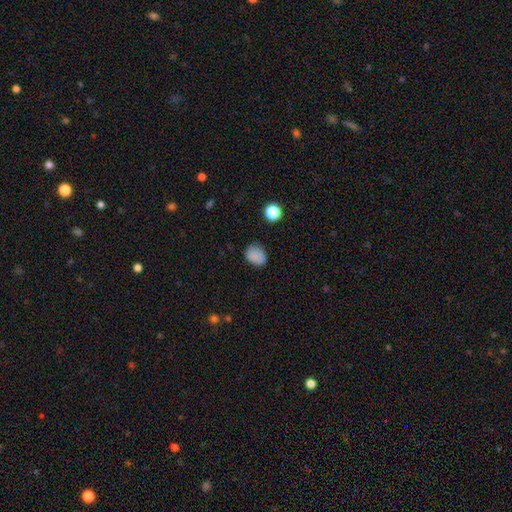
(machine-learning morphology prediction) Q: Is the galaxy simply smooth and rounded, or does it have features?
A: smooth — 83%.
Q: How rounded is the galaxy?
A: round — 53%.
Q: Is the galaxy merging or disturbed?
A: none — 79%.